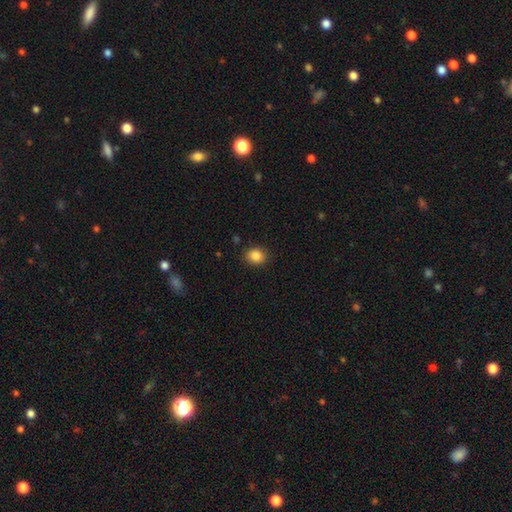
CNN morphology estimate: Smooth or featured? Predicted: smooth (p=0.86). How rounded? Predicted: round (p=0.67). Merging? Predicted: none (p=0.87).